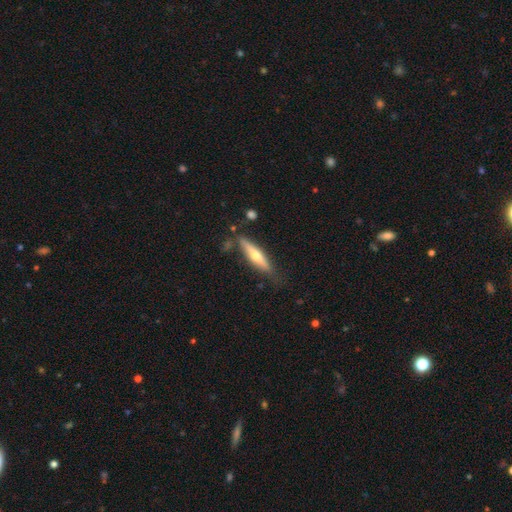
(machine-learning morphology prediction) Smooth or featured?
  - featured or disk: 53% *
  - smooth: 41%
  - star or artifact: 6%
Edge-on disk?
  - yes: 91% *
  - no: 9%
Merging?
  - none: 74% *
  - minor disturbance: 18%
  - major disturbance: 4%
  - merger: 4%